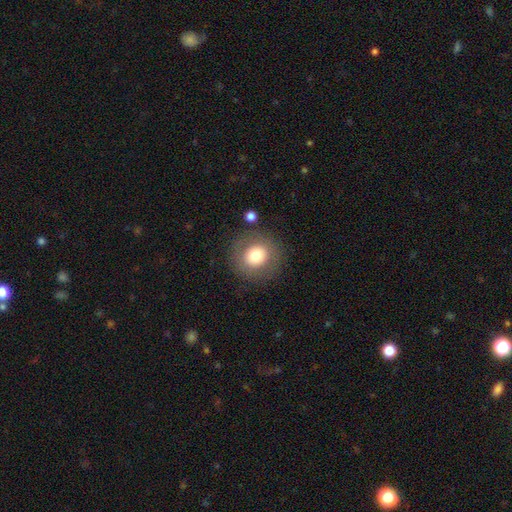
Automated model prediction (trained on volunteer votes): Q: Smooth or featured?
A: smooth (73%); runner-up: featured or disk (17%)
Q: How rounded?
A: round (92%); runner-up: in between (7%)
Q: Merging?
A: none (85%); runner-up: minor disturbance (8%)